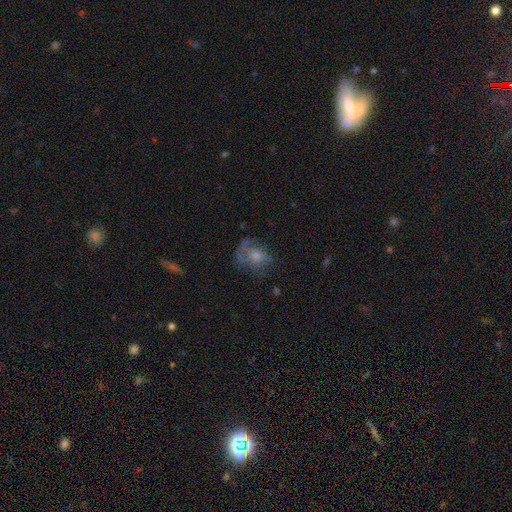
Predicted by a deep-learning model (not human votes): A featured or disk galaxy (47%).

Vote fractions:
- Smooth or featured? featured or disk: 47% / smooth: 42% / star or artifact: 10%
- Merging? none: 43% / major disturbance: 31% / minor disturbance: 24% / merger: 3%